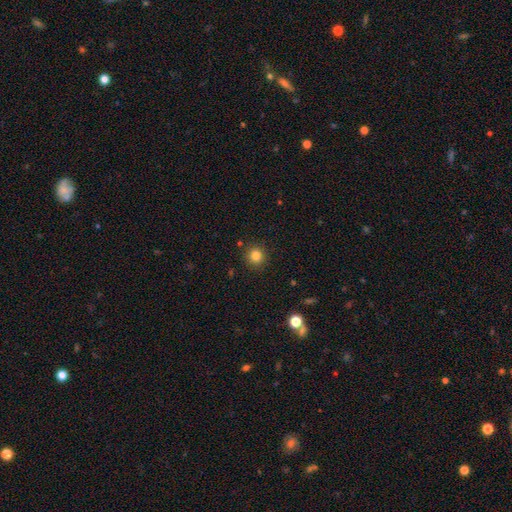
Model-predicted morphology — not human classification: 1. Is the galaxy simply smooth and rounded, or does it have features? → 82% smooth, 12% star or artifact, 5% featured or disk.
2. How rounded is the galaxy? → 93% round, 6% in between, 1% cigar-shaped.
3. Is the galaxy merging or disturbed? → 90% none, 6% minor disturbance, 2% major disturbance, 2% merger.